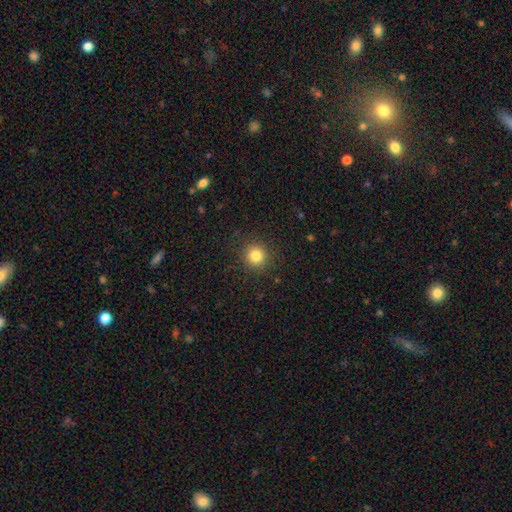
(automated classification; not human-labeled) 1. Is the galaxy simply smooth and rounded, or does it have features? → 83% smooth, 12% star or artifact, 5% featured or disk.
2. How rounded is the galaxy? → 94% round, 5% in between, 1% cigar-shaped.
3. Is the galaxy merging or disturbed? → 90% none, 6% minor disturbance, 2% major disturbance, 1% merger.